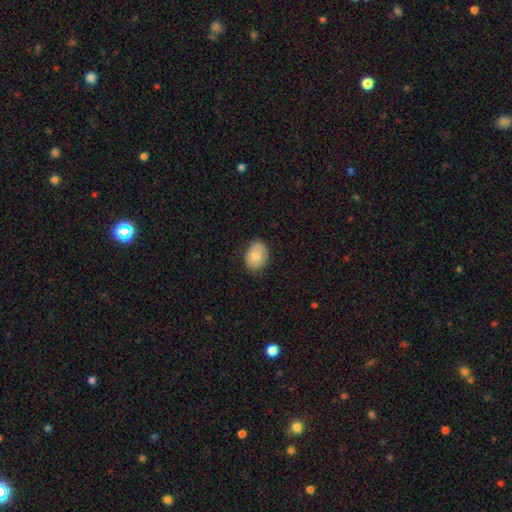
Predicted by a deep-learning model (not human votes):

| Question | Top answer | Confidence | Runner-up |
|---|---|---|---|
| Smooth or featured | smooth | 81% | featured or disk (12%) |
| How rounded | in between | 73% | round (26%) |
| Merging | none | 81% | minor disturbance (15%) |